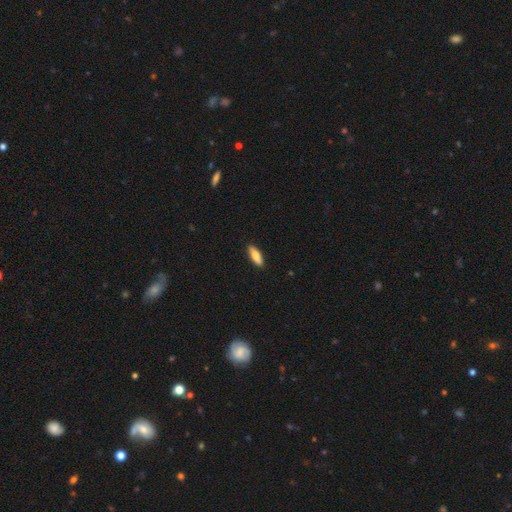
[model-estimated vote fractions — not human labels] Smooth or featured? smooth (74%)
How rounded? cigar-shaped (50%)
Merging? none (90%)